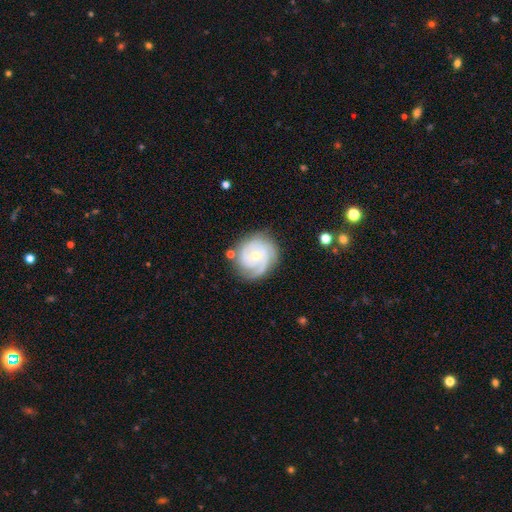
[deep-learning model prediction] Smooth or featured? featured or disk (84%)
Edge-on disk? no (98%)
Bar? no (66%)
Spiral arms? yes (96%)
Spiral winding? tight (63%)
Spiral arm count? 3 (37%)
Bulge size? small (61%)
Merging? none (75%)